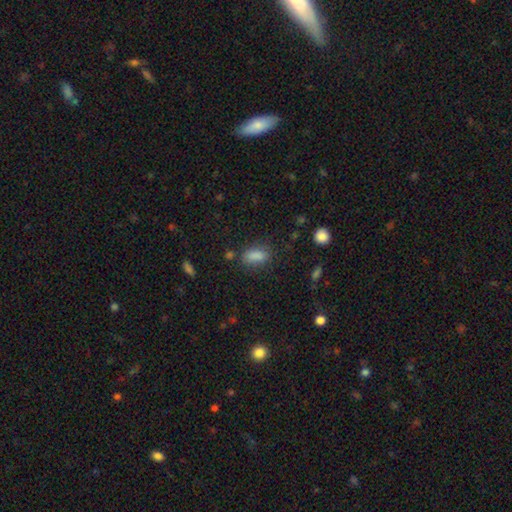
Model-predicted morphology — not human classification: smooth 85%, star or artifact 10%, featured or disk 5%. Down the decision tree: how rounded — in between (85%); merging — none (74%).